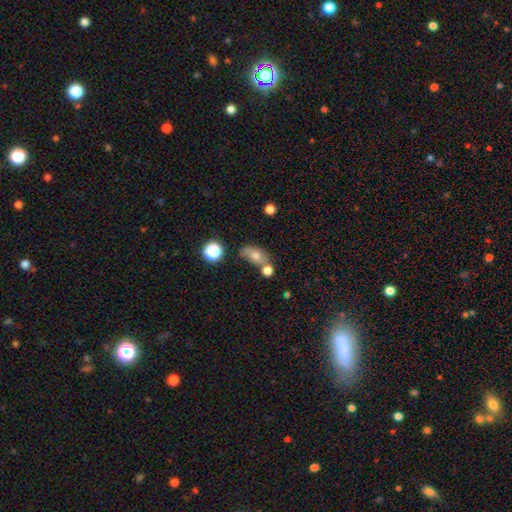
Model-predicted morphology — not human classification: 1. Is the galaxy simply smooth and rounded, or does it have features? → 70% smooth, 18% featured or disk, 12% star or artifact.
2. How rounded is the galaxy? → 78% in between, 17% round, 5% cigar-shaped.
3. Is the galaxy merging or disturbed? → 47% none, 29% merger, 17% minor disturbance, 7% major disturbance.